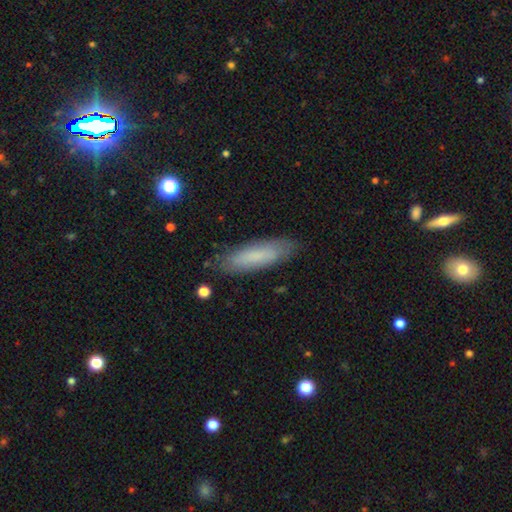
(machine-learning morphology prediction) This appears to be a smooth galaxy with no disk features (74%) that is cigar-shaped (64%). Merging: none (85%).